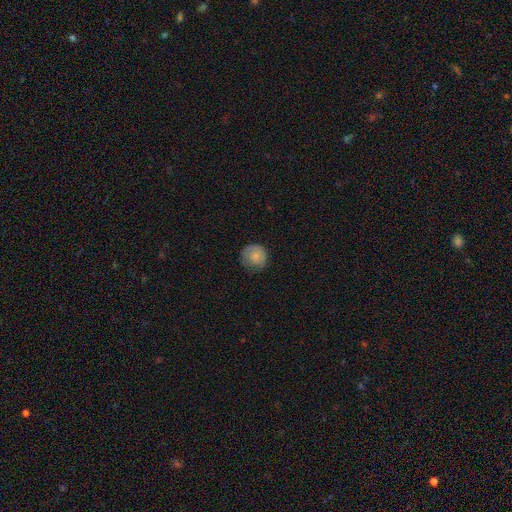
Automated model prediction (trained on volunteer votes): Smooth or featured? Predicted: smooth (p=0.77). How rounded? Predicted: round (p=0.91). Merging? Predicted: none (p=0.70).